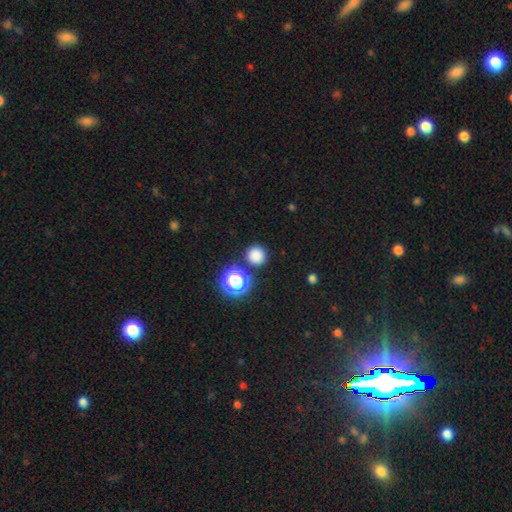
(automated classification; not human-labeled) Q: Smooth or featured?
A: smooth (80%); runner-up: star or artifact (16%)
Q: How rounded?
A: round (94%); runner-up: in between (5%)
Q: Merging?
A: none (86%); runner-up: minor disturbance (6%)